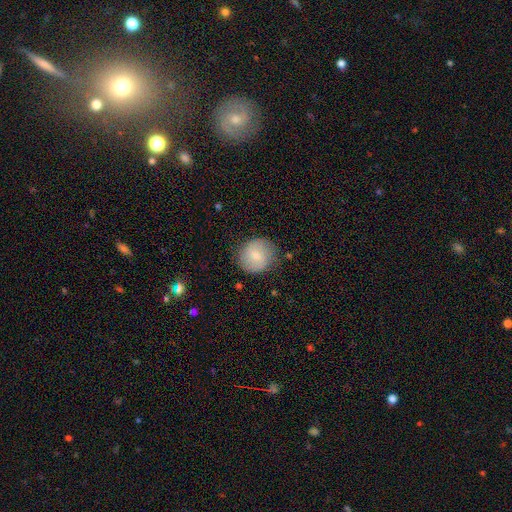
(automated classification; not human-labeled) smooth 76%, featured or disk 17%, star or artifact 7%. Down the decision tree: how rounded — round (85%); merging — none (80%).